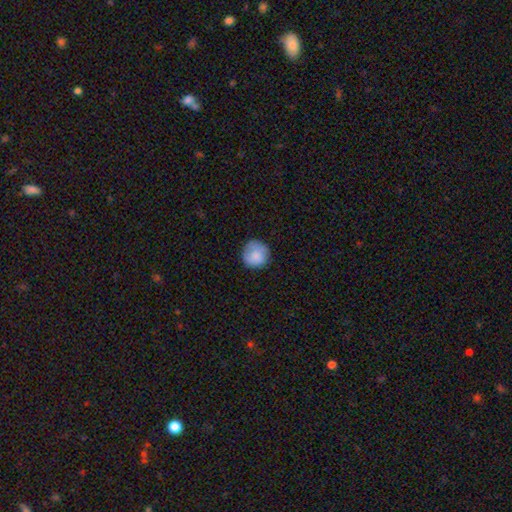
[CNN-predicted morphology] smooth_or_featured: smooth (p=0.81) [alt: featured or disk p=0.12]
how_rounded: round (p=0.92) [alt: in between p=0.07]
merging: none (p=0.77) [alt: minor disturbance p=0.17]